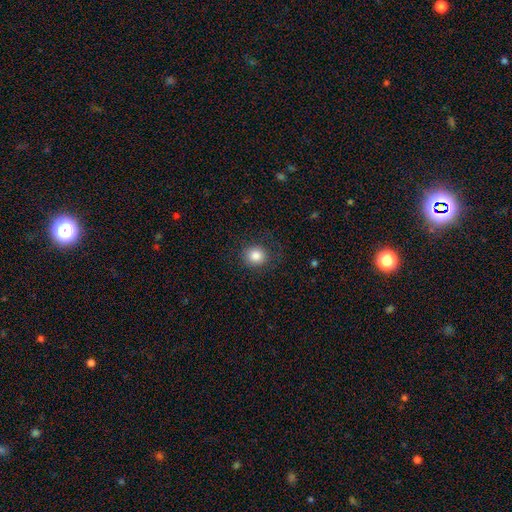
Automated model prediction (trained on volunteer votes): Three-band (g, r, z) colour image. It shows a smooth galaxy with no disk features (84%) that is round (84%). Merging: none (85%).